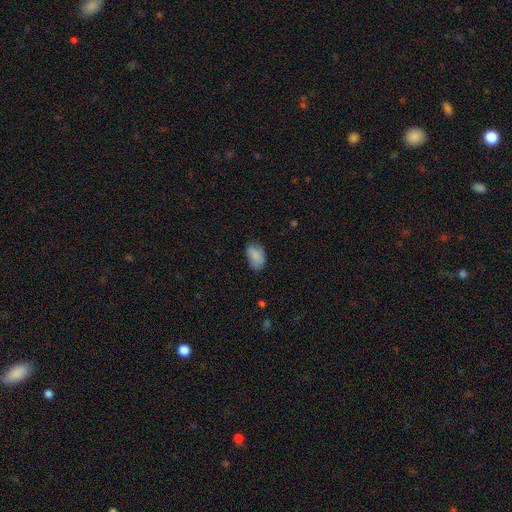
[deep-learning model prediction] A smooth galaxy with no disk features (83%) that is in between round and cigar-shaped (91%). Merging: none (65%).